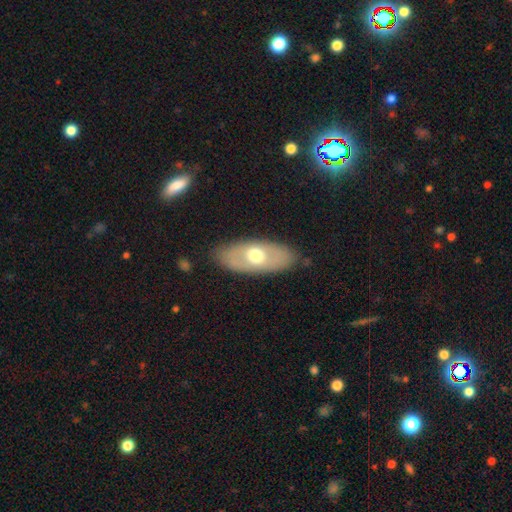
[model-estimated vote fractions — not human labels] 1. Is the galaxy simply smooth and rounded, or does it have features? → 53% smooth, 42% featured or disk, 6% star or artifact.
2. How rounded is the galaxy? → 87% in between, 9% cigar-shaped, 4% round.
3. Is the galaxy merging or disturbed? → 84% none, 11% minor disturbance, 3% major disturbance, 1% merger.